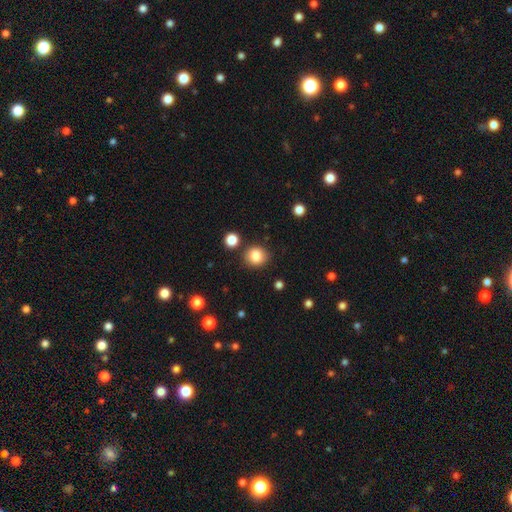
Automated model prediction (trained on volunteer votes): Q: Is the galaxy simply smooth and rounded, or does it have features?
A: smooth — 84%.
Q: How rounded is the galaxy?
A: round — 83%.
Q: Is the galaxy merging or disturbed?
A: none — 84%.